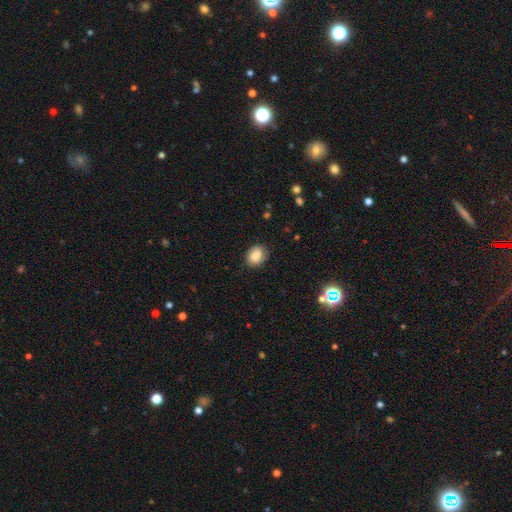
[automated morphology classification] Smooth or featured?
  - smooth: 82% *
  - featured or disk: 9%
  - star or artifact: 9%
How rounded?
  - in between: 51% *
  - round: 48%
  - cigar-shaped: 1%
Merging?
  - none: 80% *
  - minor disturbance: 15%
  - major disturbance: 4%
  - merger: 1%